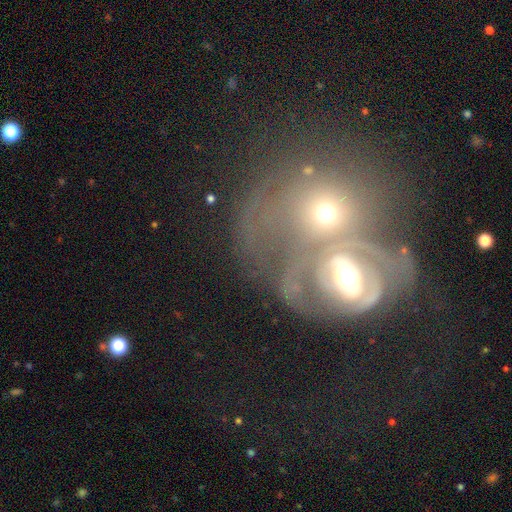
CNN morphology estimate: The model was most divided on "spiral arms": yes: 56%, no: 44%. More confident: edge-on disk — no (94%); bar — no (63%); merging — merger (62%); bulge size — moderate (58%); smooth or featured — featured or disk (55%).